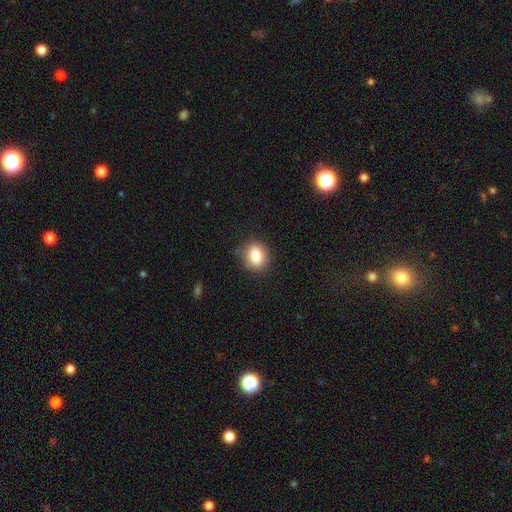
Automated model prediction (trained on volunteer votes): Smooth or featured? Predicted: smooth (p=0.84). How rounded? Predicted: round (p=0.50). Merging? Predicted: none (p=0.83).